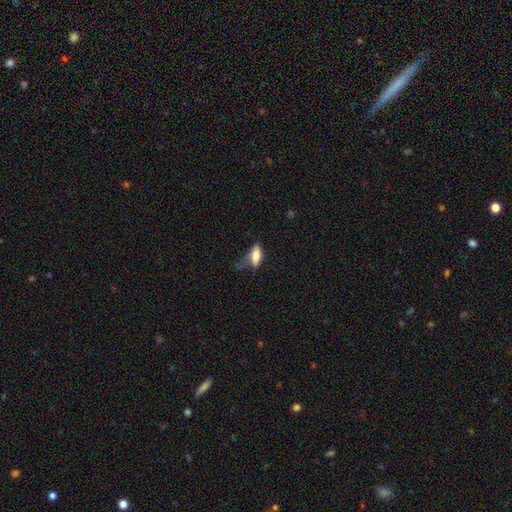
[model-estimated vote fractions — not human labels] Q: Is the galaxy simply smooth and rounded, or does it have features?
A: smooth — 77%.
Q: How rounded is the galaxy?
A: in between — 76%.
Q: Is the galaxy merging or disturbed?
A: minor disturbance — 35%.